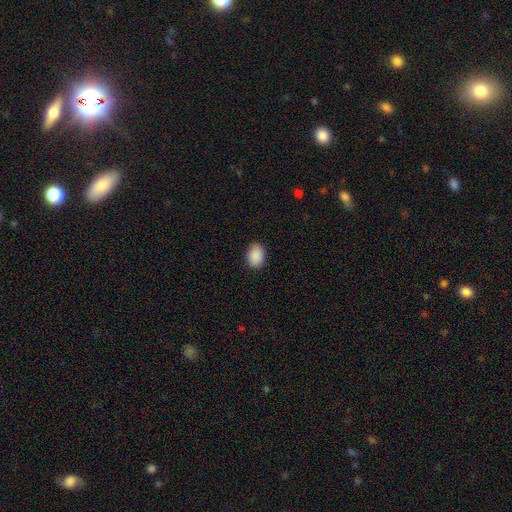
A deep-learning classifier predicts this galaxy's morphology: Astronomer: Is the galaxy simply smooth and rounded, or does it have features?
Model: smooth — 90%.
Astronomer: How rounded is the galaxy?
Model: in between — 72%.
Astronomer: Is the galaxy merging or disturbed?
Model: none — 87%.